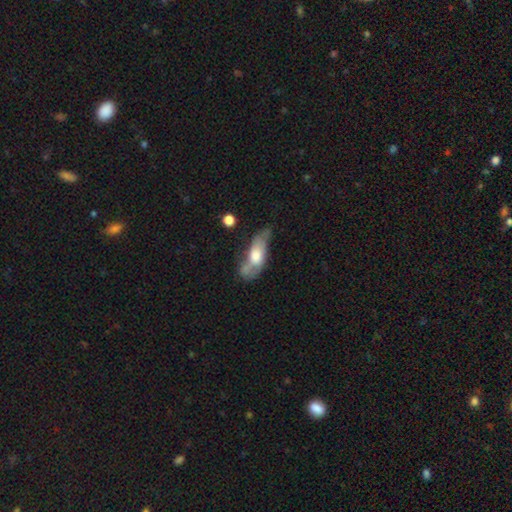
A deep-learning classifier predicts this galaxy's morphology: Smooth or featured? Predicted: smooth (p=0.48). Merging? Predicted: none (p=0.31, tied with minor disturbance).